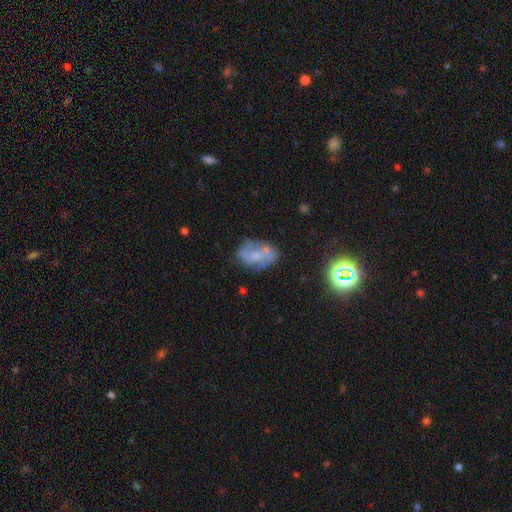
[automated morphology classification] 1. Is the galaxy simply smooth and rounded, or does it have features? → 55% featured or disk, 33% smooth, 12% star or artifact.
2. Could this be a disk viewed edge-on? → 97% no, 3% yes.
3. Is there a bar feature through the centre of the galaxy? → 69% no, 25% weak, 6% strong.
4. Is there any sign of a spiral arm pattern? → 59% yes, 41% no.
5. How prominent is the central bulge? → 45% small, 28% moderate, 24% none, 3% large, 1% dominant.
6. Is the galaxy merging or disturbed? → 52% none, 23% minor disturbance, 14% merger, 12% major disturbance.